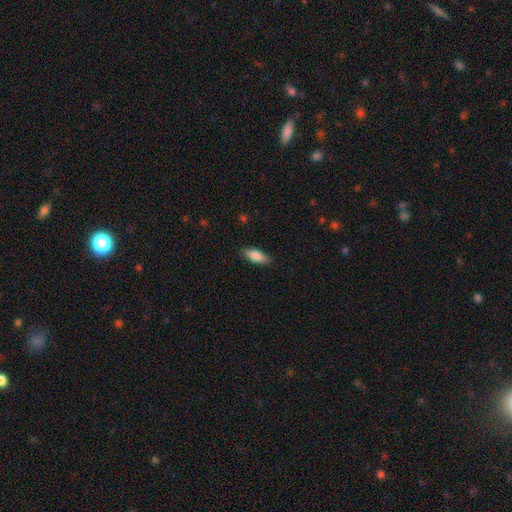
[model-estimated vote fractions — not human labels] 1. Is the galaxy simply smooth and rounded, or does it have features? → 84% smooth, 10% featured or disk, 6% star or artifact.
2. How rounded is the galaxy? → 78% in between, 20% cigar-shaped, 2% round.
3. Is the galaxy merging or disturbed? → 86% none, 11% minor disturbance, 2% major disturbance, 1% merger.